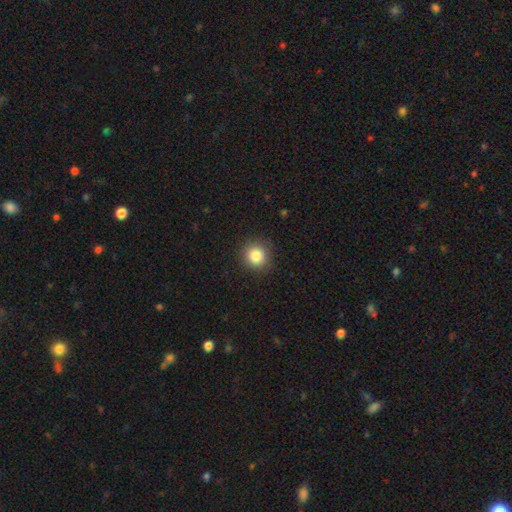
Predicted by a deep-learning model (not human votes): A smooth galaxy with no disk features (85%) that is round (92%). Merging: none (89%).